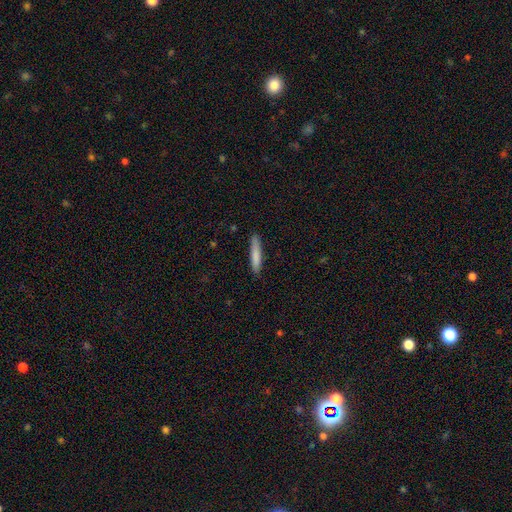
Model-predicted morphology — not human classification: Smooth or featured? Predicted: smooth (p=0.81). How rounded? Predicted: cigar-shaped (p=0.92). Merging? Predicted: none (p=0.87).